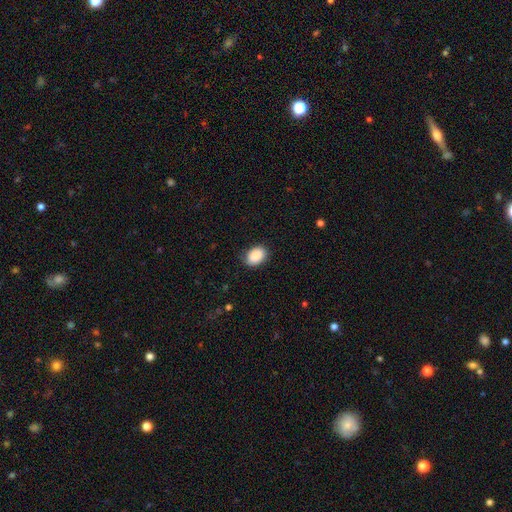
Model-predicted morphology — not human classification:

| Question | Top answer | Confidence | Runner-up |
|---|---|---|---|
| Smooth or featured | smooth | 89% | star or artifact (7%) |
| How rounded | in between | 80% | round (19%) |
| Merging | none | 84% | minor disturbance (12%) |